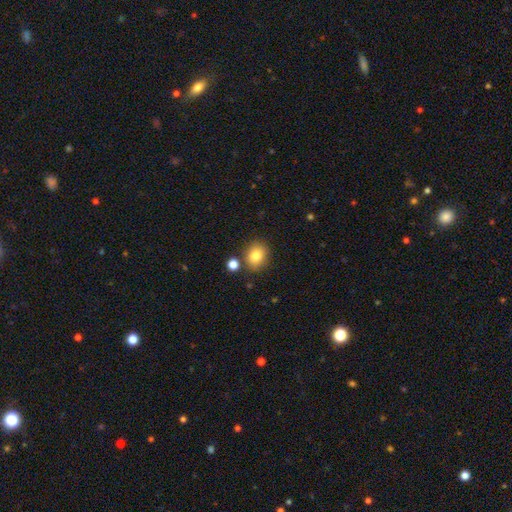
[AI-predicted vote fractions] smooth_or_featured: smooth (p=0.81) [alt: star or artifact p=0.10]
how_rounded: round (p=0.53) [alt: in between p=0.46]
merging: none (p=0.79) [alt: minor disturbance p=0.11]